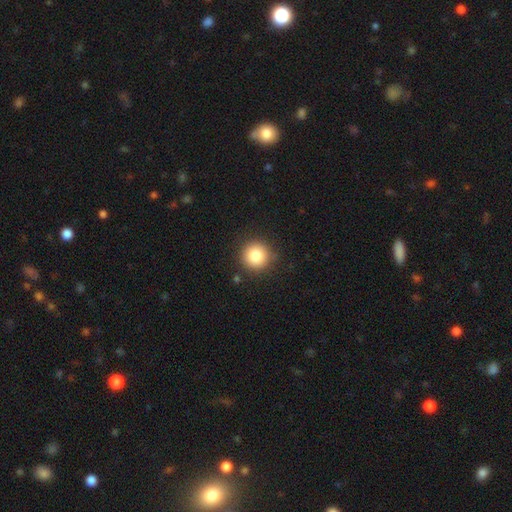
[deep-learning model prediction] Q: Smooth or featured?
A: smooth (84%); runner-up: star or artifact (10%)
Q: How rounded?
A: round (95%); runner-up: in between (4%)
Q: Merging?
A: none (88%); runner-up: minor disturbance (8%)